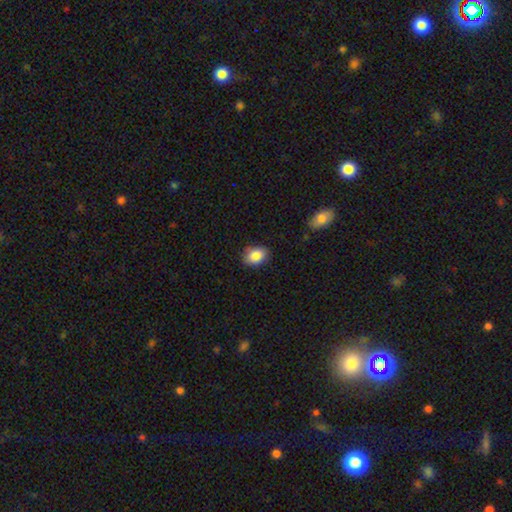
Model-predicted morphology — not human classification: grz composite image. It shows a smooth galaxy with no disk features (87%) that is in between round and cigar-shaped (80%). Merging: none (82%).